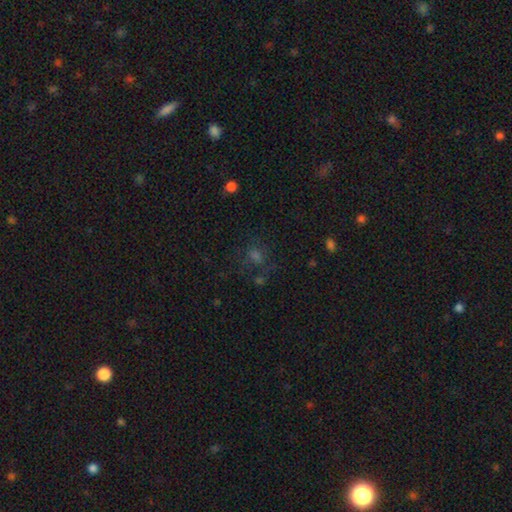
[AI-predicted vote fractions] Smooth or featured: smooth — 43% (star or artifact — 40%)
Merging: none — 65% (minor disturbance — 16%)